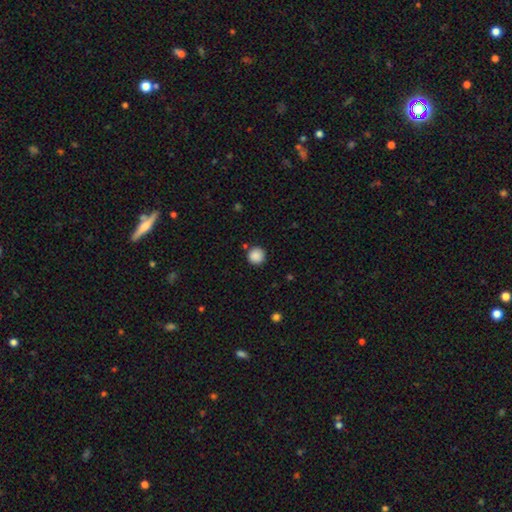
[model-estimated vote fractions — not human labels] Smooth or featured? Predicted: smooth (p=0.88). How rounded? Predicted: round (p=0.95). Merging? Predicted: none (p=0.88).